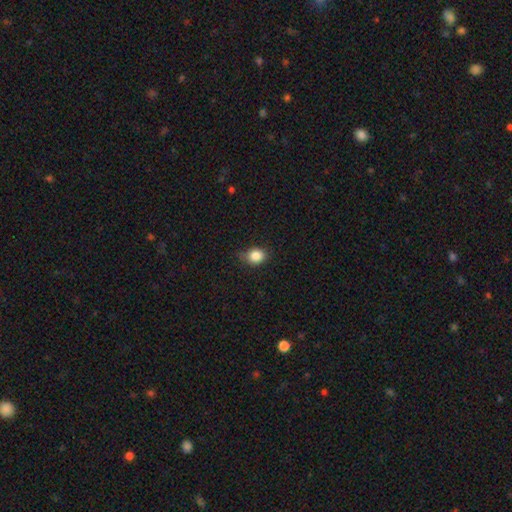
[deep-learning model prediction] This is clearly a smooth galaxy (85%). How rounded: possibly round (56%). Merging: likely none (73%).